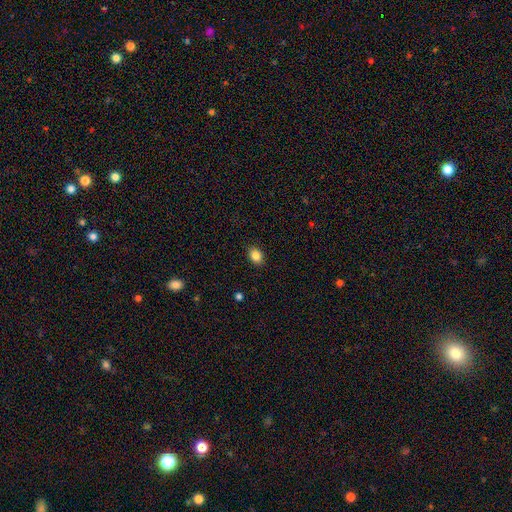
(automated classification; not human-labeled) A smooth galaxy with no disk features (85%) that is in between round and cigar-shaped (64%). Merging: none (90%).